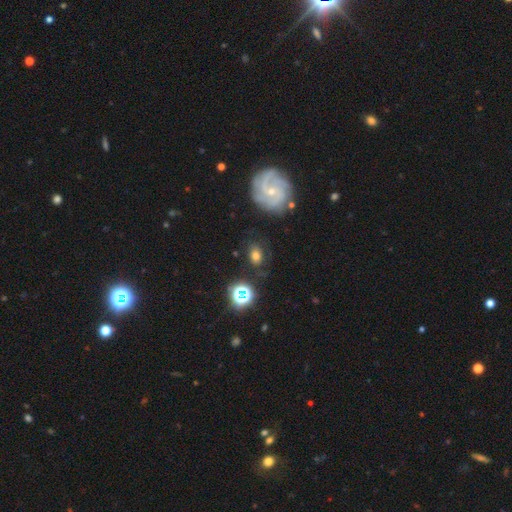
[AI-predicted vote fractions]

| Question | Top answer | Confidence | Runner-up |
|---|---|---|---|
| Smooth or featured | smooth | 56% | featured or disk (25%) |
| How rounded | in between | 65% | round (34%) |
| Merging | none | 73% | minor disturbance (17%) |